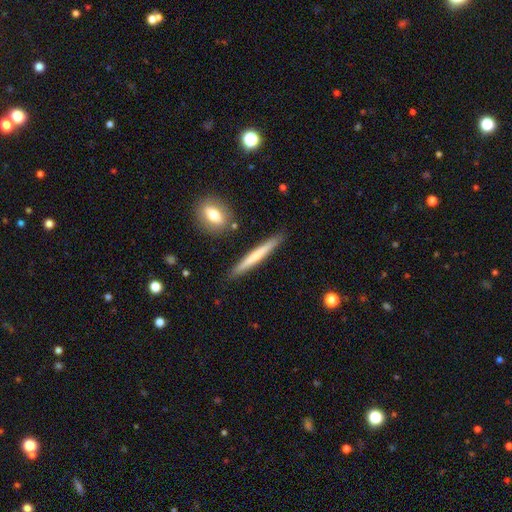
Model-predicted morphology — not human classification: smooth-or-featured: smooth: 52% | featured or disk: 42% | star or artifact: 6%
  how-rounded: cigar-shaped: 96% | in between: 3% | round: 1%
  merging: none: 88% | minor disturbance: 8% | merger: 3% | major disturbance: 2%